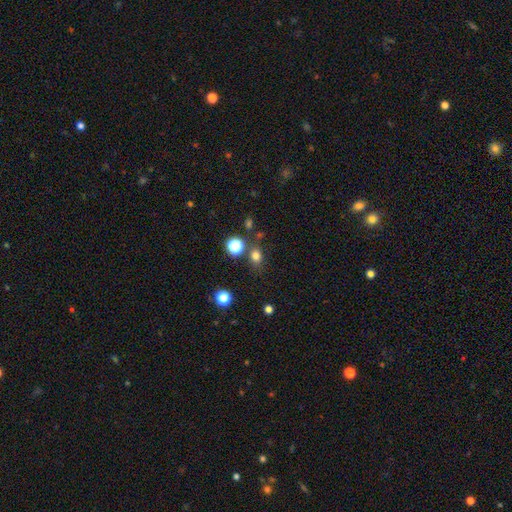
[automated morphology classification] Smooth or featured?
  - smooth: 76% *
  - star or artifact: 18%
  - featured or disk: 6%
How rounded?
  - round: 56% *
  - in between: 43%
  - cigar-shaped: 1%
Merging?
  - none: 76% *
  - minor disturbance: 12%
  - merger: 8%
  - major disturbance: 4%